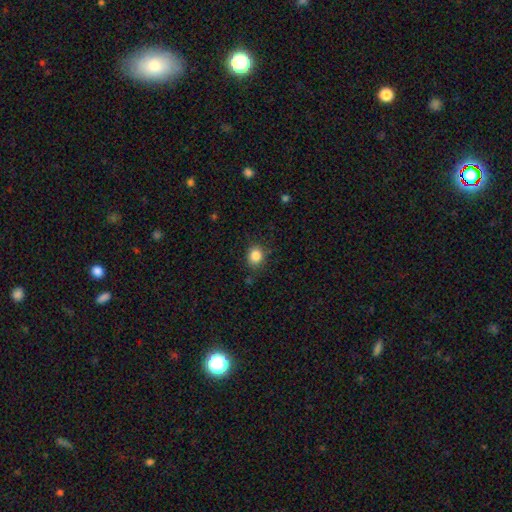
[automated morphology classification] smooth-or-featured: smooth: 85% | star or artifact: 10% | featured or disk: 5%
  how-rounded: round: 72% | in between: 27% | cigar-shaped: 1%
  merging: none: 83% | minor disturbance: 12% | major disturbance: 3% | merger: 2%